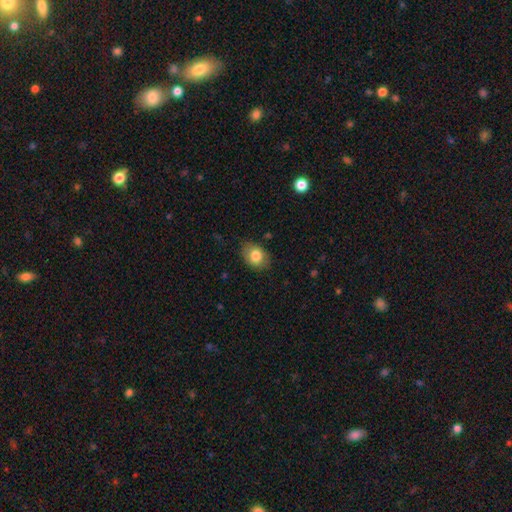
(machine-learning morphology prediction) This is clearly a smooth galaxy (82%). How rounded: likely in between (68%). Merging: clearly none (82%).